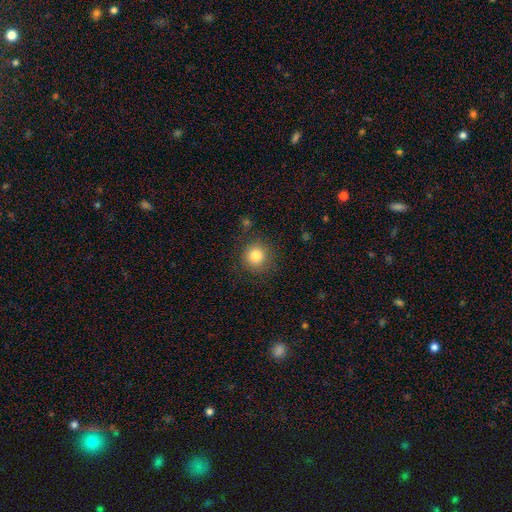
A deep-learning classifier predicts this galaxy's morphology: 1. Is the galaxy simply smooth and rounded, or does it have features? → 82% smooth, 11% star or artifact, 7% featured or disk.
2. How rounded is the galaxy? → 92% round, 7% in between, 1% cigar-shaped.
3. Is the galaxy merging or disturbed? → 85% none, 10% minor disturbance, 4% major disturbance, 2% merger.